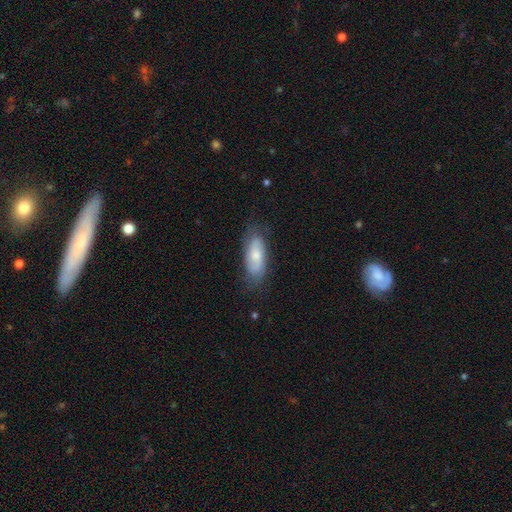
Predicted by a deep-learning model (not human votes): Smooth or featured? Predicted: smooth (p=0.52). How rounded? Predicted: in between (p=0.79). Merging? Predicted: none (p=0.71).